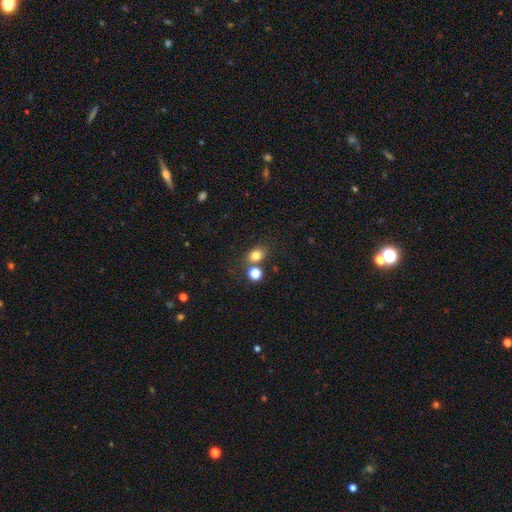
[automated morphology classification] Smooth or featured: smooth — 79% (star or artifact — 14%)
How rounded: in between — 50% (round — 49%)
Merging: none — 65% (merger — 20%)